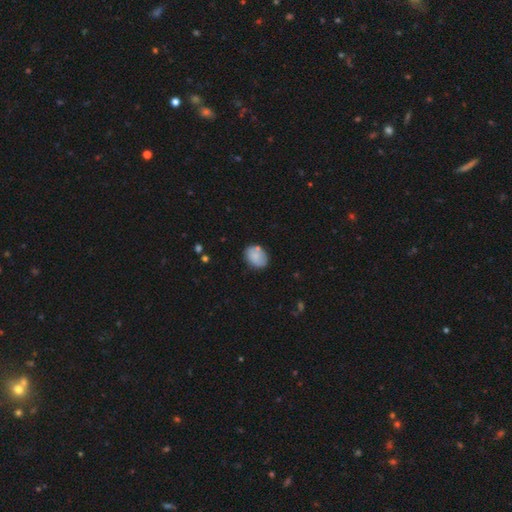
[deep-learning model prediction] Morphology: type=smooth (81%); roundness=in between (71%); merging=none (73%).